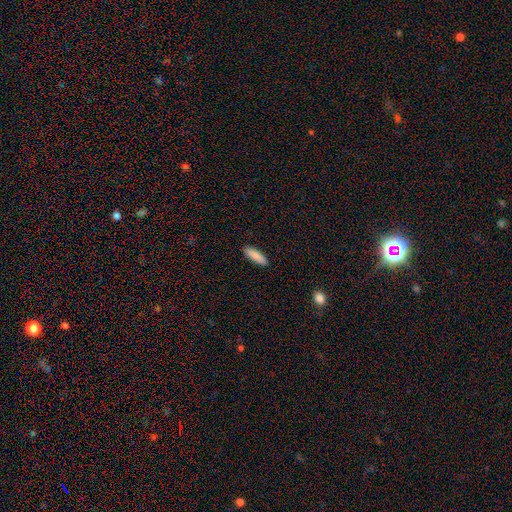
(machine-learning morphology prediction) smooth_or_featured: smooth (p=0.87) [alt: featured or disk p=0.07]
how_rounded: cigar-shaped (p=0.59) [alt: in between p=0.40]
merging: none (p=0.91) [alt: minor disturbance p=0.07]